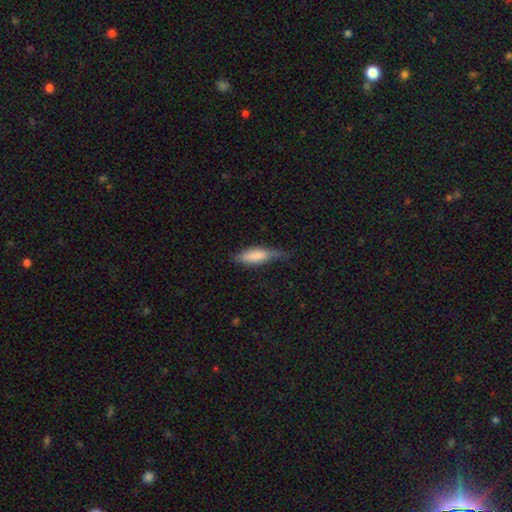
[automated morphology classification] A smooth galaxy with no disk features (73%) that is in between round and cigar-shaped (56%). Merging: none (49%).